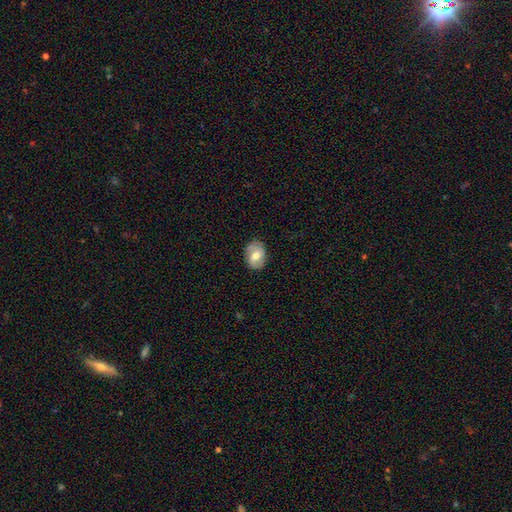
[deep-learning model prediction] smooth-or-featured: smooth: 50% | featured or disk: 42% | star or artifact: 7%
  how-rounded: in between: 71% | round: 28% | cigar-shaped: 1%
  merging: none: 81% | minor disturbance: 14% | major disturbance: 4% | merger: 1%